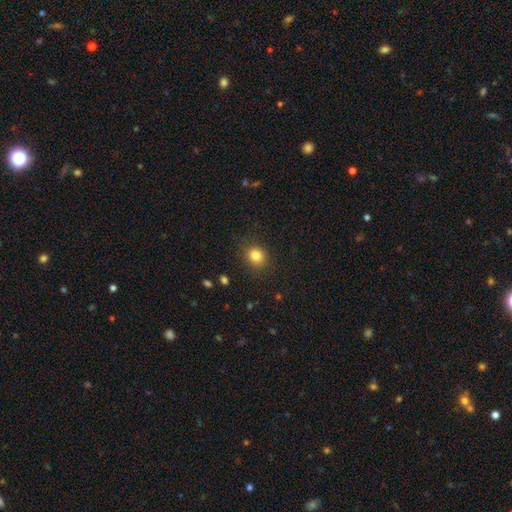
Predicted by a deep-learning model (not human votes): A smooth galaxy with no disk features (82%) that is round (79%).

Vote fractions:
- Smooth or featured? smooth: 82% / star or artifact: 12% / featured or disk: 6%
- How rounded? round: 79% / in between: 20% / cigar-shaped: 1%
- Merging? none: 87% / minor disturbance: 9% / major disturbance: 3% / merger: 1%